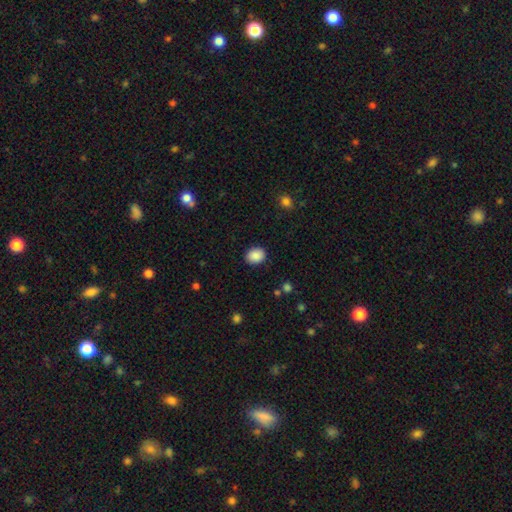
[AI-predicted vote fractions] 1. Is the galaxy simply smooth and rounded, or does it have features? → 89% smooth, 8% star or artifact, 3% featured or disk.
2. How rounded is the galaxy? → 53% round, 46% in between, 1% cigar-shaped.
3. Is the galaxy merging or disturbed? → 88% none, 8% minor disturbance, 2% major disturbance, 1% merger.